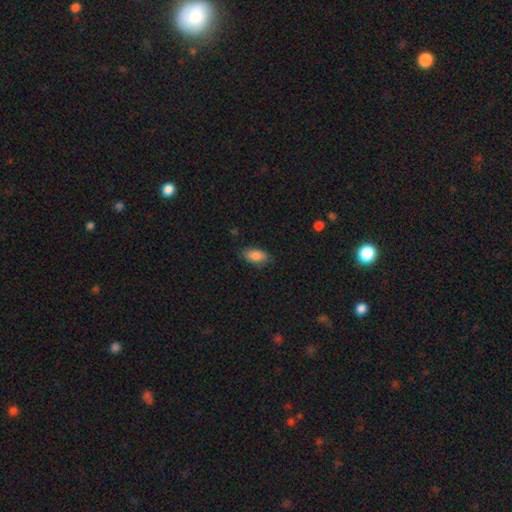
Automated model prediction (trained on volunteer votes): Q: Smooth or featured?
A: smooth (86%); runner-up: star or artifact (7%)
Q: How rounded?
A: in between (91%); runner-up: cigar-shaped (6%)
Q: Merging?
A: none (79%); runner-up: minor disturbance (17%)